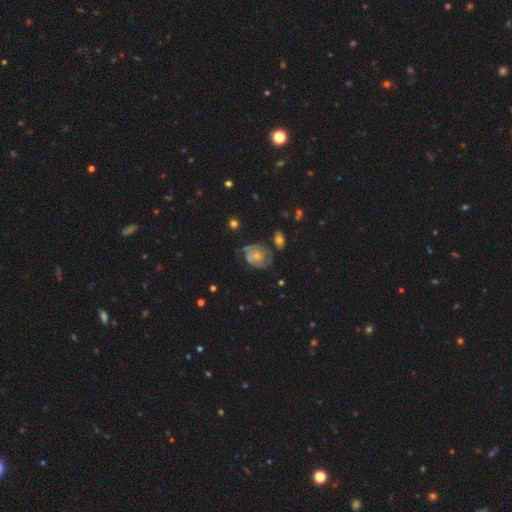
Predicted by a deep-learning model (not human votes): featured or disk 66%, smooth 26%, star or artifact 8%. Down the decision tree: edge-on disk — no (97%); bar — no (80%); spiral arms — yes (76%); bulge size — small (57%); merging — none (54%).